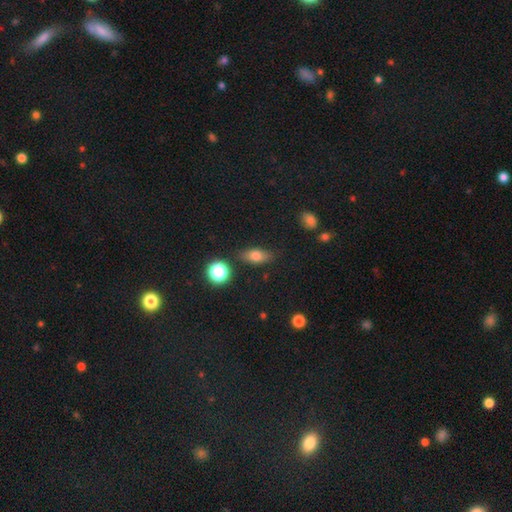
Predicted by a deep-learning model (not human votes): Q: Smooth or featured?
A: smooth (73%); runner-up: featured or disk (16%)
Q: How rounded?
A: in between (75%); runner-up: cigar-shaped (13%)
Q: Merging?
A: none (81%); runner-up: minor disturbance (12%)